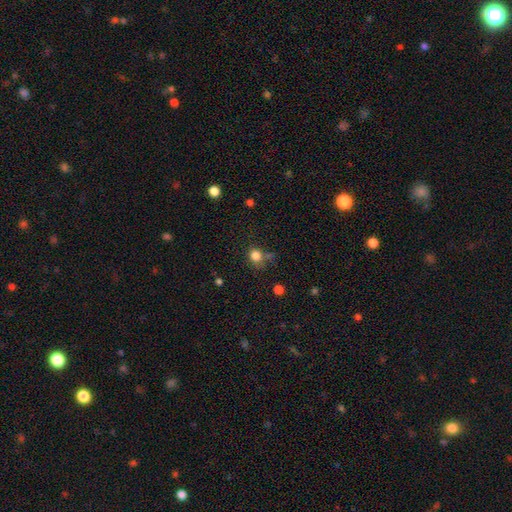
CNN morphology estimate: Overall: smooth (81%). How rounded: round (76%). Merging: none (61%).